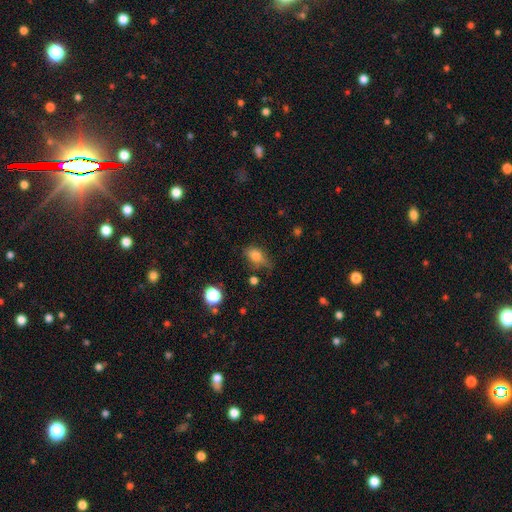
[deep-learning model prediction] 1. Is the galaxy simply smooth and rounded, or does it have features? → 78% smooth, 11% star or artifact, 10% featured or disk.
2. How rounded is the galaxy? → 76% in between, 21% round, 3% cigar-shaped.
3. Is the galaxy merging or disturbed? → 57% none, 31% minor disturbance, 9% major disturbance, 3% merger.